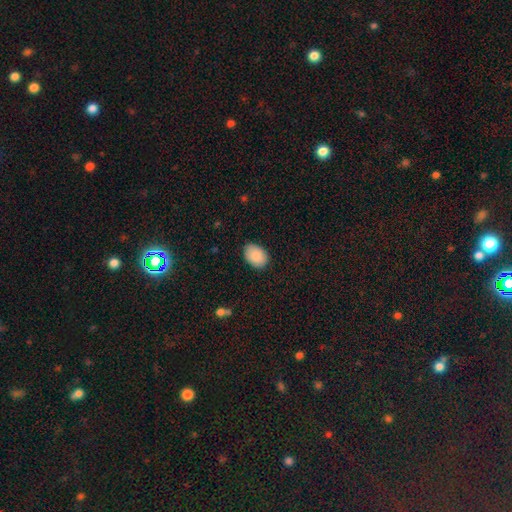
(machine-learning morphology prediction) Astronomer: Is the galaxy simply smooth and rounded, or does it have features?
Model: smooth — 88%.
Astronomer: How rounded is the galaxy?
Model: in between — 81%.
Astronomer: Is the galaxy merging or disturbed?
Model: none — 84%.